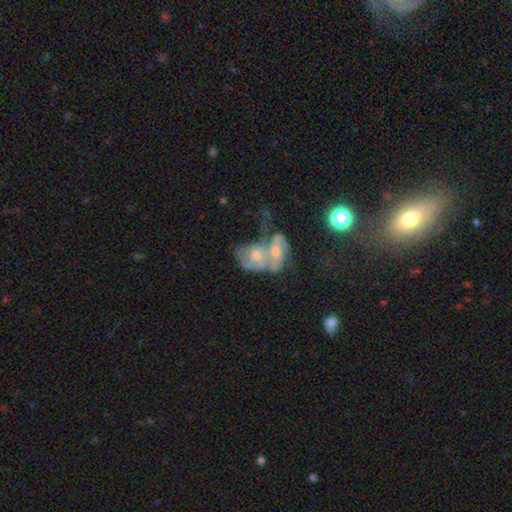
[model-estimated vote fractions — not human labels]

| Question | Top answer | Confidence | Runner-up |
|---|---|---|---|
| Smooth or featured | featured or disk | 66% | smooth (27%) |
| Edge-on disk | no | 96% | yes (4%) |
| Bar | no | 68% | weak (26%) |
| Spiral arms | yes | 69% | no (31%) |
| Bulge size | moderate | 51% | small (39%) |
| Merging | merger | 77% | none (9%) |